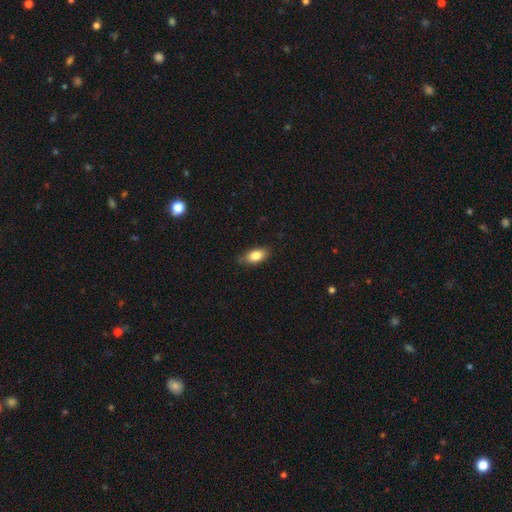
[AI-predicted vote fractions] Smooth or featured? smooth (83%)
How rounded? in between (89%)
Merging? none (81%)